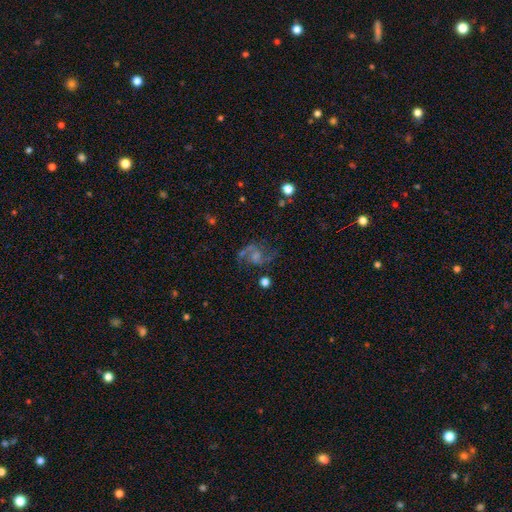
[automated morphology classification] A featured or disk galaxy (79%) with no bar (56%), 2 (89%) loose (52%) spiral arms (94%) and a small central bulge (39%). Merging: none (63%).